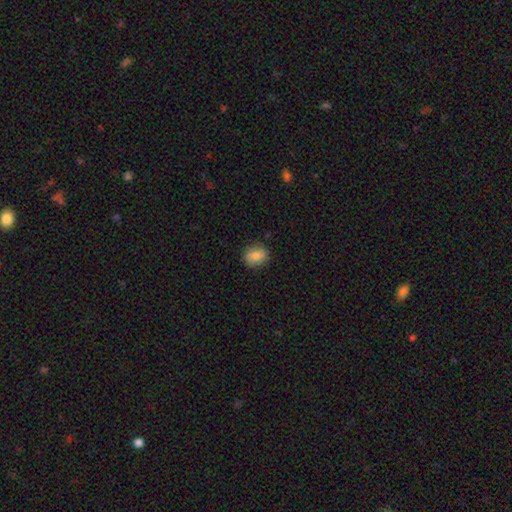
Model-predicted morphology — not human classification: Smooth or featured: smooth — 83% (featured or disk — 8%)
How rounded: round — 53% (in between — 45%)
Merging: none — 85% (minor disturbance — 11%)